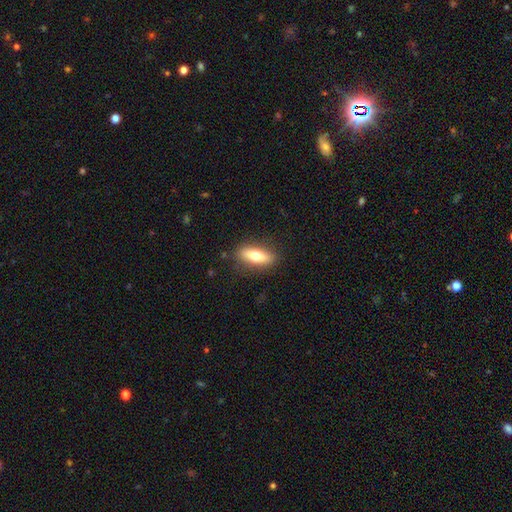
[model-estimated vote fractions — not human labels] Q: Smooth or featured?
A: smooth (67%); runner-up: featured or disk (26%)
Q: How rounded?
A: in between (63%); runner-up: cigar-shaped (33%)
Q: Merging?
A: none (85%); runner-up: minor disturbance (11%)